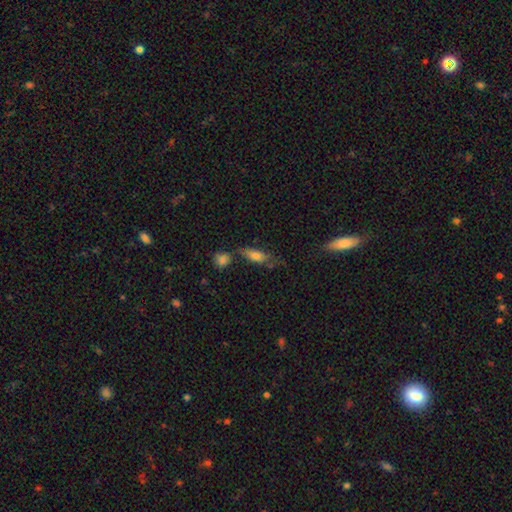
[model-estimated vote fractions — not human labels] smooth-or-featured: smooth: 71% | featured or disk: 20% | star or artifact: 9%
  how-rounded: in between: 67% | cigar-shaped: 29% | round: 4%
  merging: none: 49% | minor disturbance: 26% | merger: 13% | major disturbance: 12%